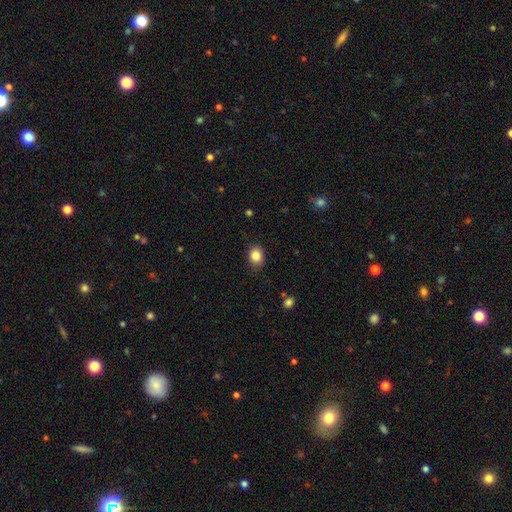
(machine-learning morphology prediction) This appears to be a smooth galaxy with no disk features (85%) that is round (57%). Merging: none (87%).